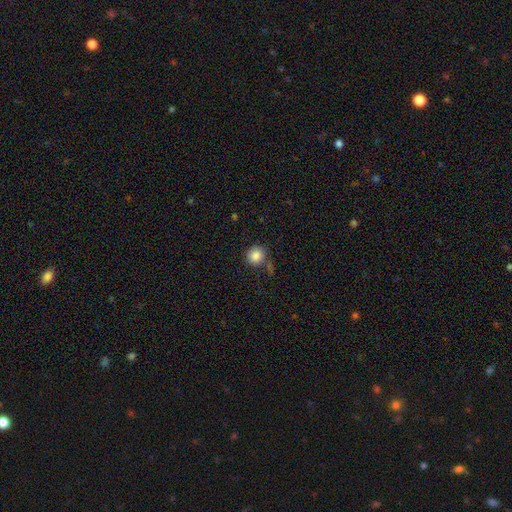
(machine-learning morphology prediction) smooth-or-featured: smooth: 85% | star or artifact: 10% | featured or disk: 5%
  how-rounded: round: 86% | in between: 13% | cigar-shaped: 1%
  merging: none: 68% | minor disturbance: 15% | merger: 9% | major disturbance: 7%